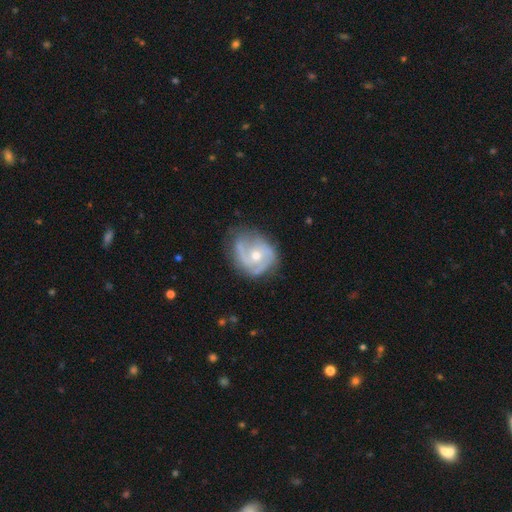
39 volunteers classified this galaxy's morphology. featured or disk 72%, smooth 21%, star or artifact 8%. Down the decision tree: edge-on disk — no (93%); bar — no (73%); spiral arms — yes (92%); spiral arm count — 2 (42%); spiral winding — medium (54%); bulge size — moderate (77%); merging — none (39%).